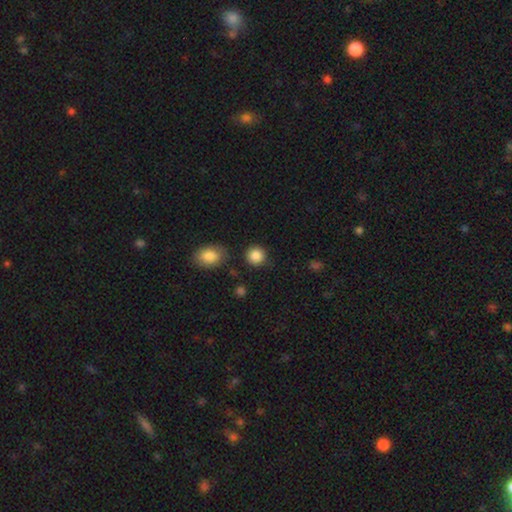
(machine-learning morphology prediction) Smooth or featured? Predicted: smooth (p=0.87). How rounded? Predicted: round (p=0.90). Merging? Predicted: none (p=0.84).